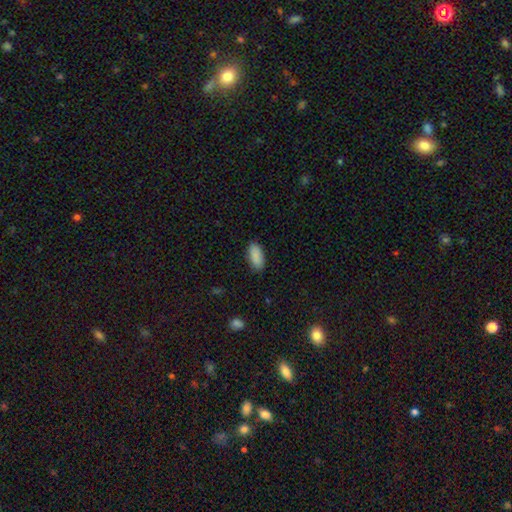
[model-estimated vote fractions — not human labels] This appears to be a smooth galaxy with no disk features (90%) that is in between round and cigar-shaped (89%). Merging: none (86%).